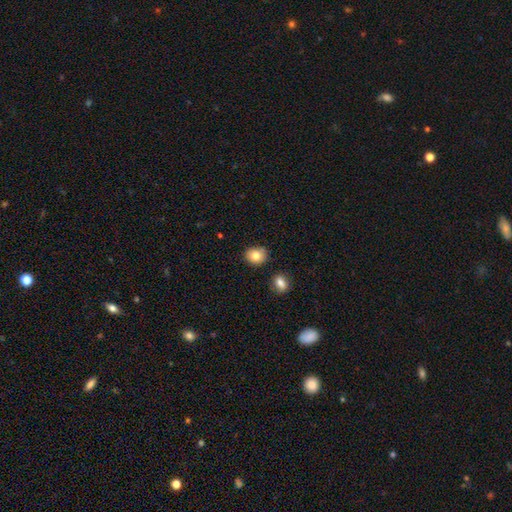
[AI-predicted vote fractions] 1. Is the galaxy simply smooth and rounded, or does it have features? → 81% smooth, 10% star or artifact, 9% featured or disk.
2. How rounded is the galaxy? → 67% round, 32% in between, 1% cigar-shaped.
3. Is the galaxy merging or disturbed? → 83% none, 10% minor disturbance, 5% merger, 2% major disturbance.